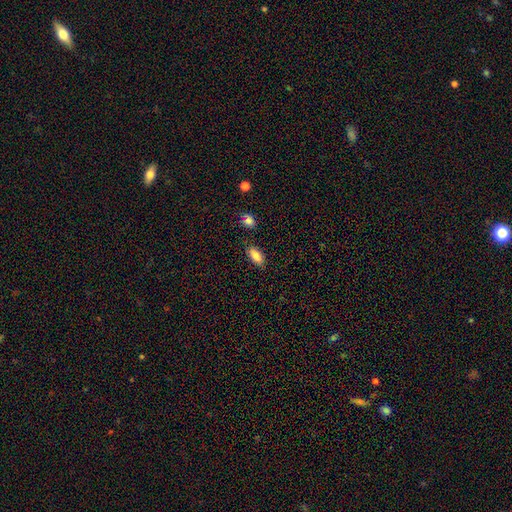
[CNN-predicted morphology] smooth_or_featured: smooth (p=0.85) [alt: star or artifact p=0.09]
how_rounded: in between (p=0.88) [alt: cigar-shaped p=0.09]
merging: none (p=0.83) [alt: minor disturbance p=0.12]